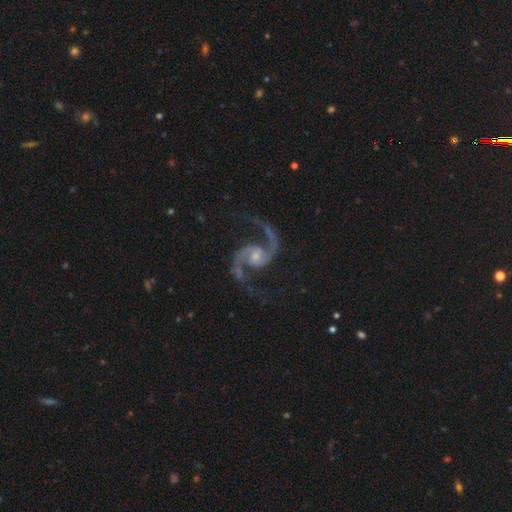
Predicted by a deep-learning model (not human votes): This appears to be a featured or disk galaxy (94%) with no bar (57%), 2 (95%) medium (57%) spiral arms (99%) and a small central bulge (58%). Merging: none (79%).